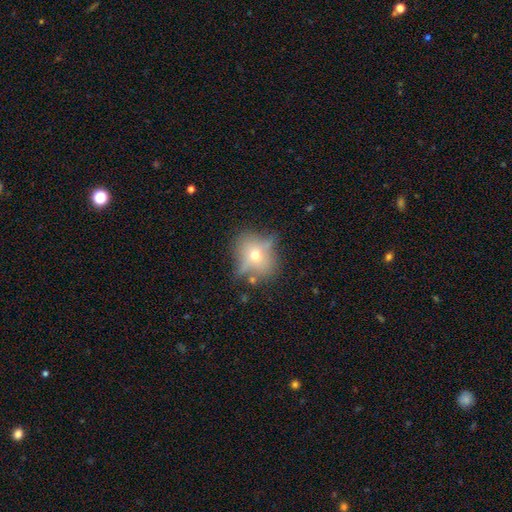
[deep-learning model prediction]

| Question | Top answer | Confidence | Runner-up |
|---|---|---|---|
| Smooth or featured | smooth | 50% | featured or disk (35%) |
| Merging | none | 63% | minor disturbance (22%) |